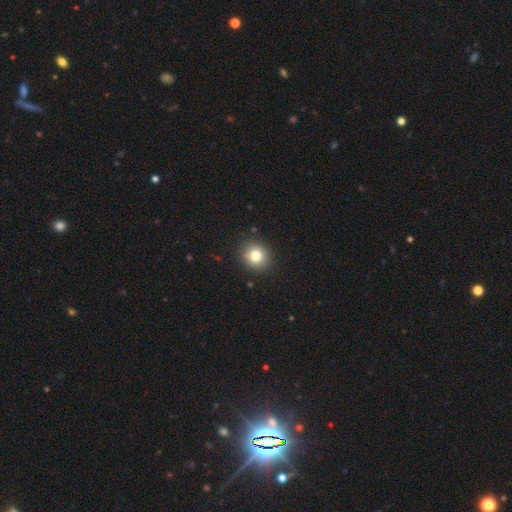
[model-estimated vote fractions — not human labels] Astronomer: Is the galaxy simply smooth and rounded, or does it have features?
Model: smooth — 81%.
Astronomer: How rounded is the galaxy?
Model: round — 82%.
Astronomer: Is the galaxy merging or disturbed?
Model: none — 89%.